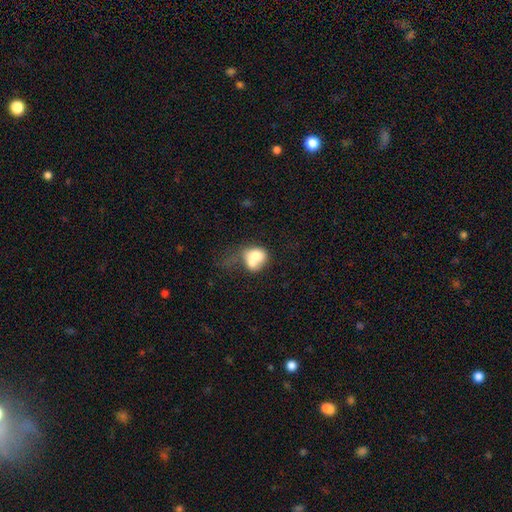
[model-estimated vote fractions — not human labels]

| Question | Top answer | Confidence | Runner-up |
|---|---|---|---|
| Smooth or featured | smooth | 66% | featured or disk (25%) |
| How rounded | round | 54% | in between (45%) |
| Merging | merger | 64% | none (17%) |